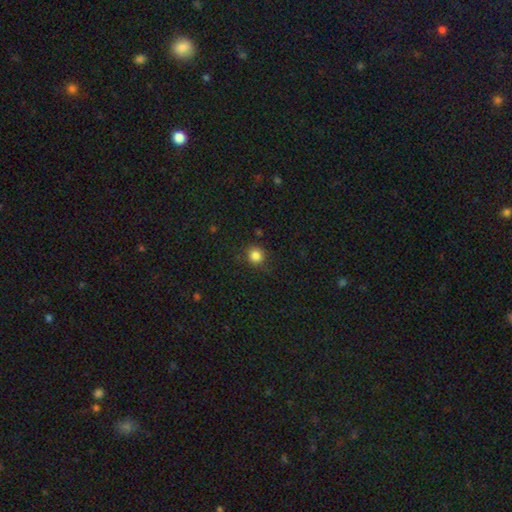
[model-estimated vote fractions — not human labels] smooth-or-featured: smooth: 85% | star or artifact: 11% | featured or disk: 4%
  how-rounded: round: 87% | in between: 12% | cigar-shaped: 1%
  merging: none: 85% | minor disturbance: 11% | major disturbance: 3% | merger: 1%